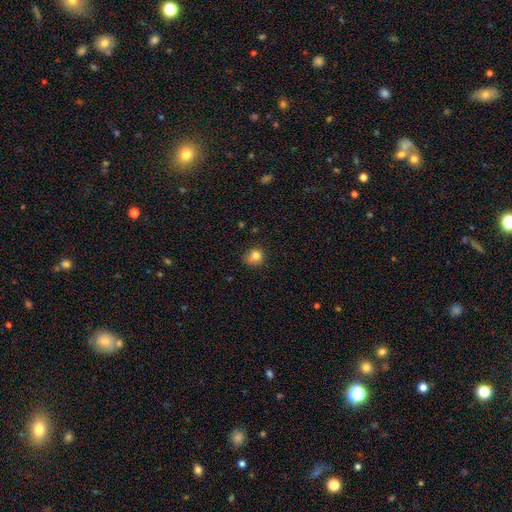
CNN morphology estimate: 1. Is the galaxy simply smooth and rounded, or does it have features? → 82% smooth, 11% star or artifact, 7% featured or disk.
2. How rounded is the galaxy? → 77% round, 22% in between, 1% cigar-shaped.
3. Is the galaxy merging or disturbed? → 68% none, 24% minor disturbance, 6% major disturbance, 2% merger.